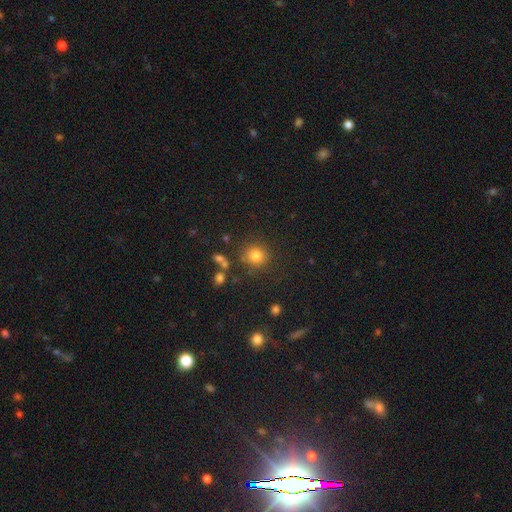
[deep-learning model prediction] The model was most divided on "smooth or featured": smooth: 80%, star or artifact: 14%, featured or disk: 7%. More confident: how rounded — round (91%); merging — none (82%).